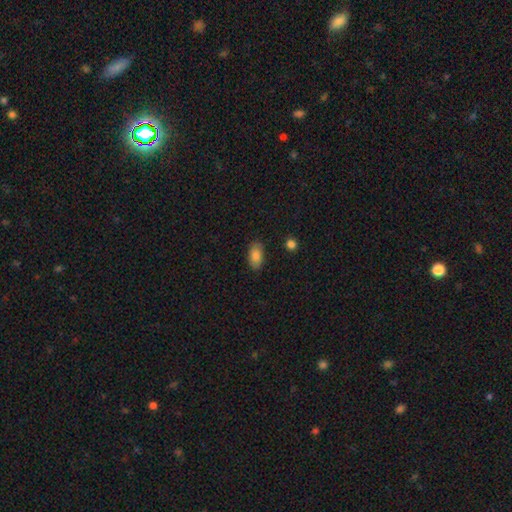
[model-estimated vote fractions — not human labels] Overall: smooth (84%). How rounded: in between (92%). Merging: none (84%).